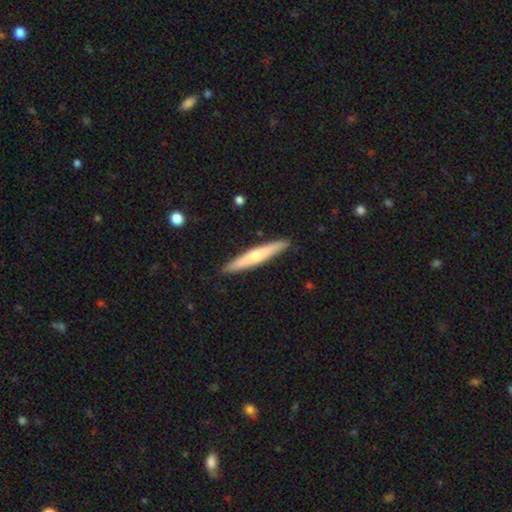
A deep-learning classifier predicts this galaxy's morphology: smooth-or-featured: smooth: 50% | featured or disk: 45% | star or artifact: 5%
  how-rounded: cigar-shaped: 94% | in between: 5% | round: 1%
  merging: none: 91% | minor disturbance: 7% | major disturbance: 1% | merger: 1%